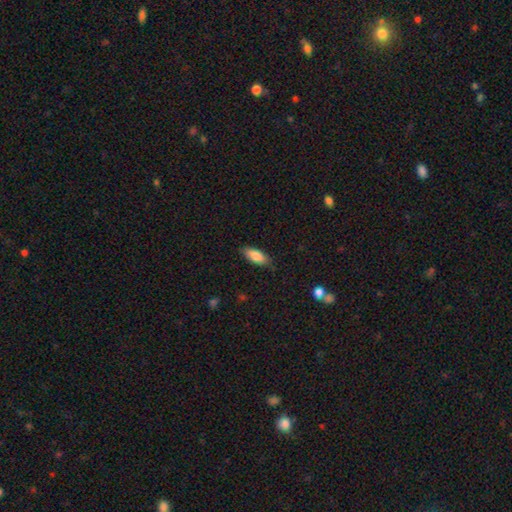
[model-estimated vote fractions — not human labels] Smooth or featured? smooth (85%)
How rounded? in between (80%)
Merging? none (82%)